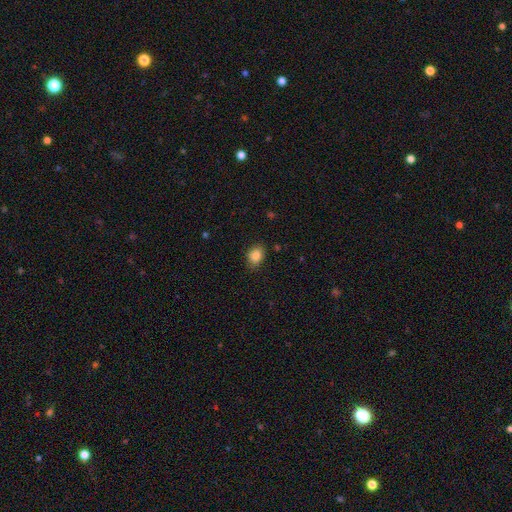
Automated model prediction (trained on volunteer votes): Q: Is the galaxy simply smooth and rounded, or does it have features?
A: smooth — 84%.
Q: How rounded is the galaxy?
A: in between — 68%.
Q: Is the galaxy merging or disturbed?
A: none — 84%.